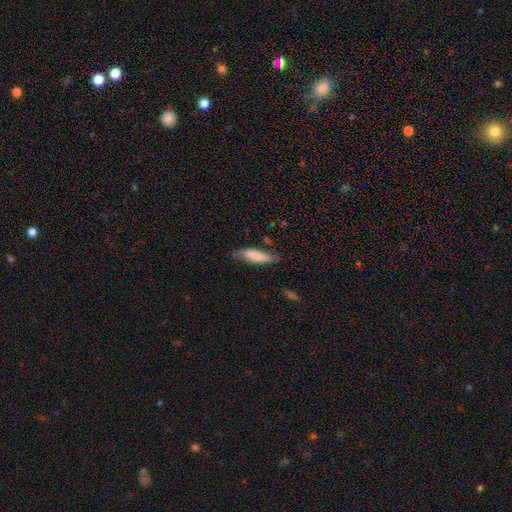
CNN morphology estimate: Smooth or featured?
  - smooth: 74% *
  - featured or disk: 20%
  - star or artifact: 6%
How rounded?
  - cigar-shaped: 55% *
  - in between: 43%
  - round: 2%
Merging?
  - none: 68% *
  - minor disturbance: 24%
  - major disturbance: 5%
  - merger: 2%